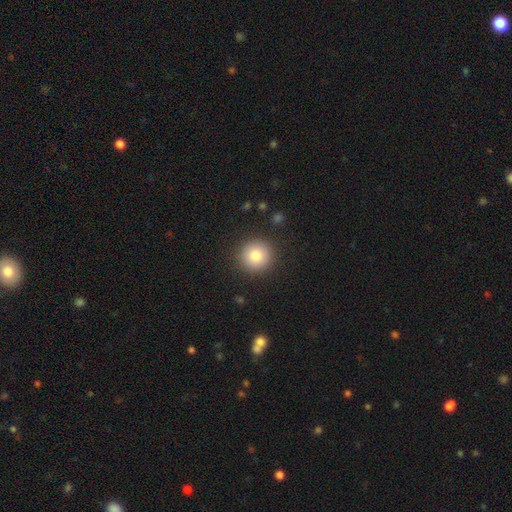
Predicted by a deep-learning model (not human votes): Q: Smooth or featured?
A: smooth (80%); runner-up: star or artifact (10%)
Q: How rounded?
A: round (94%); runner-up: in between (5%)
Q: Merging?
A: none (90%); runner-up: minor disturbance (6%)